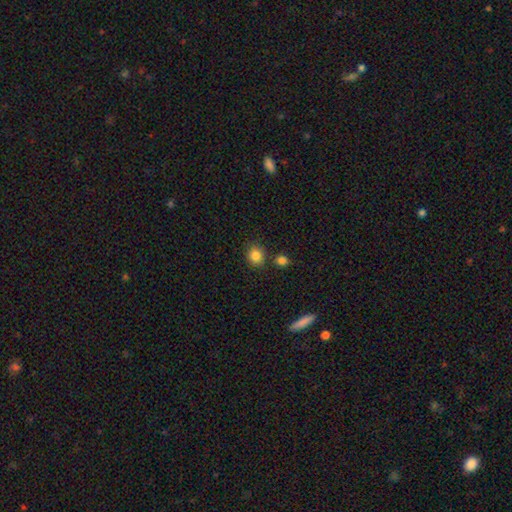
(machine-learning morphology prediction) A smooth galaxy with no disk features (85%) that is round (79%). Merging: none (80%).